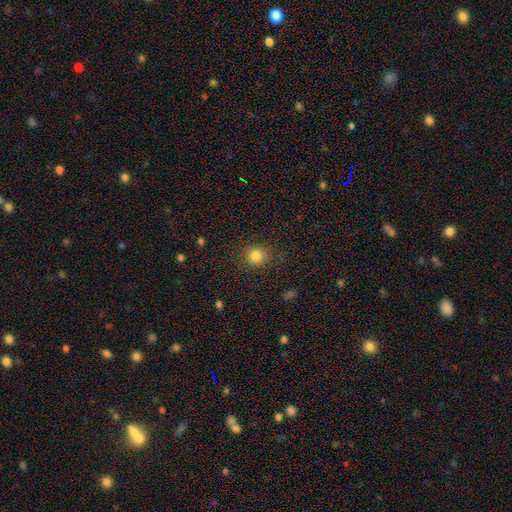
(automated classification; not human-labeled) Smooth or featured: smooth — 82% (star or artifact — 13%)
How rounded: round — 86% (in between — 13%)
Merging: none — 85% (minor disturbance — 10%)